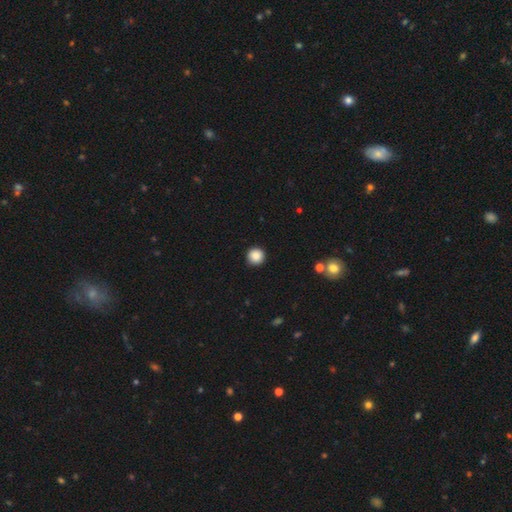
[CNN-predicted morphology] Smooth or featured? Predicted: smooth (p=0.87). How rounded? Predicted: round (p=0.96). Merging? Predicted: none (p=0.92).